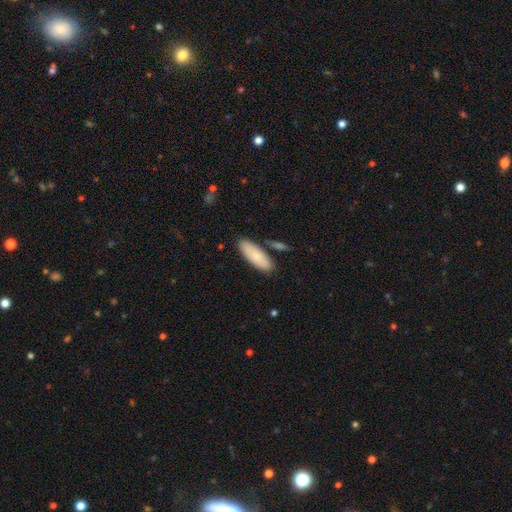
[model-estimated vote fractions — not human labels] A smooth galaxy with no disk features (84%) that is in between round and cigar-shaped (70%).

Vote fractions:
- Smooth or featured? smooth: 84% / featured or disk: 10% / star or artifact: 6%
- How rounded? in between: 70% / cigar-shaped: 28% / round: 2%
- Merging? none: 81% / minor disturbance: 11% / merger: 5% / major disturbance: 2%